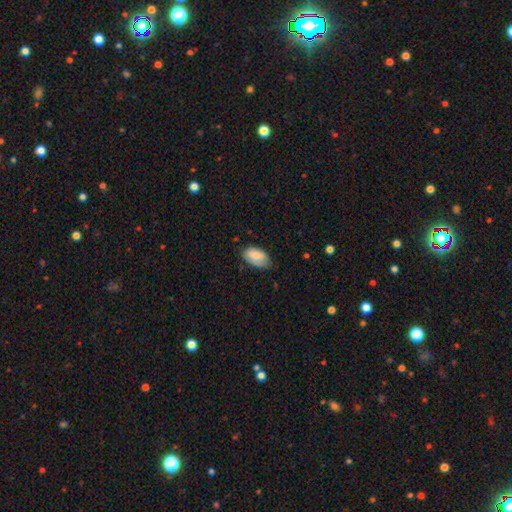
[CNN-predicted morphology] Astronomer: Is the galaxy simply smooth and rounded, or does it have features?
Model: smooth — 81%.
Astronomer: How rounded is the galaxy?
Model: in between — 95%.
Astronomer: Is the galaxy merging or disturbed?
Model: none — 65%.